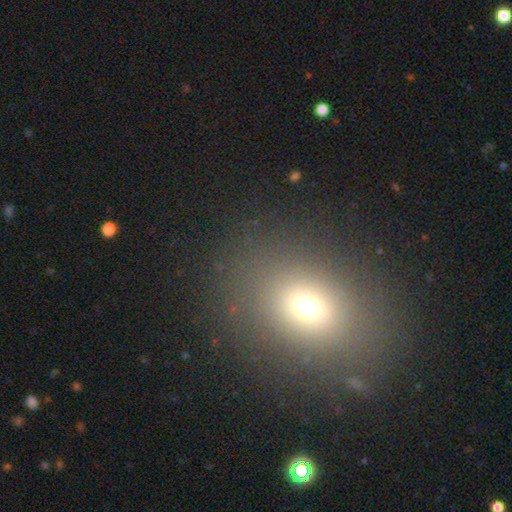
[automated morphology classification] Smooth or featured?
  - smooth: 64% *
  - star or artifact: 24%
  - featured or disk: 12%
How rounded?
  - in between: 54% *
  - round: 44%
  - cigar-shaped: 2%
Merging?
  - none: 85% *
  - minor disturbance: 8%
  - major disturbance: 4%
  - merger: 2%